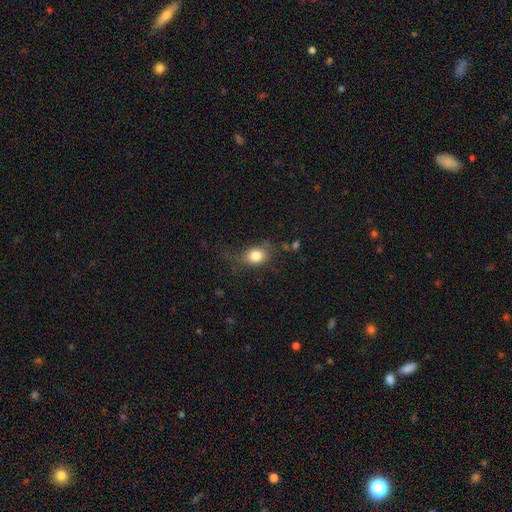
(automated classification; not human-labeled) A smooth galaxy with no disk features (80%) that is in between round and cigar-shaped (53%).

Vote fractions:
- Smooth or featured? smooth: 80% / featured or disk: 10% / star or artifact: 10%
- How rounded? in between: 53% / round: 45% / cigar-shaped: 2%
- Merging? none: 57% / minor disturbance: 27% / major disturbance: 14% / merger: 2%